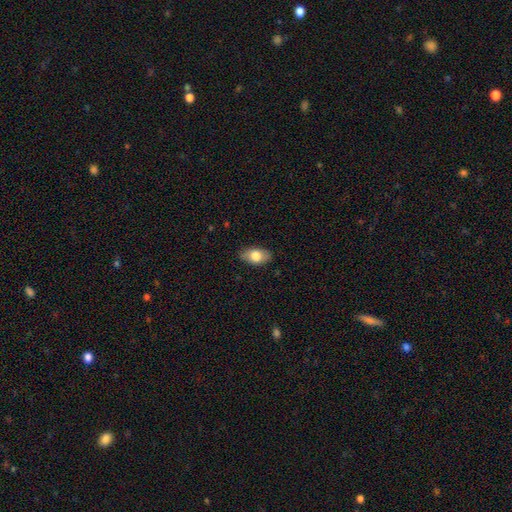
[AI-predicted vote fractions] A smooth galaxy with no disk features (76%) that is in between round and cigar-shaped (91%).

Vote fractions:
- Smooth or featured? smooth: 76% / featured or disk: 17% / star or artifact: 7%
- How rounded? in between: 91% / round: 6% / cigar-shaped: 3%
- Merging? none: 86% / minor disturbance: 11% / major disturbance: 2% / merger: 1%